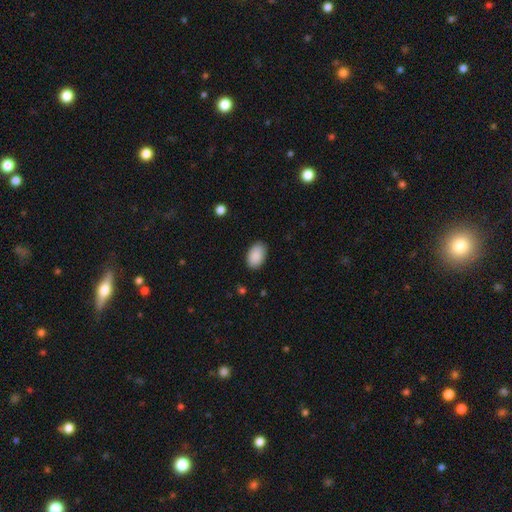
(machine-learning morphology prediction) Q: Smooth or featured?
A: smooth (90%); runner-up: star or artifact (7%)
Q: How rounded?
A: in between (92%); runner-up: round (7%)
Q: Merging?
A: none (87%); runner-up: minor disturbance (10%)